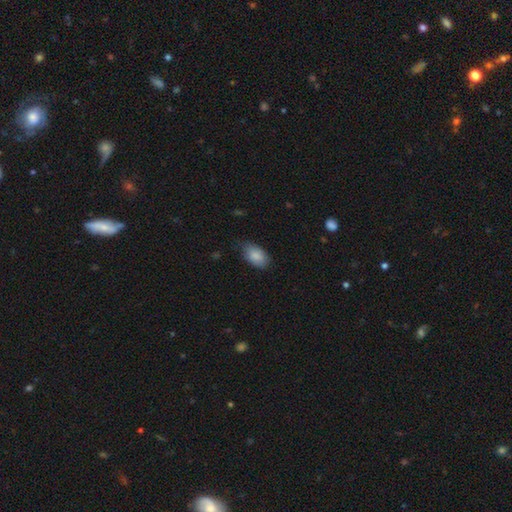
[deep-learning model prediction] This appears to be a smooth galaxy with no disk features (87%) that is in between round and cigar-shaped (92%). Merging: none (68%).